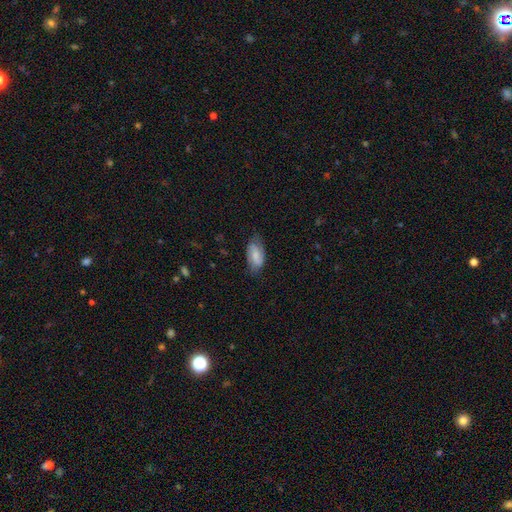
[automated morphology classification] Smooth or featured? smooth (57%)
How rounded? in between (93%)
Merging? none (70%)